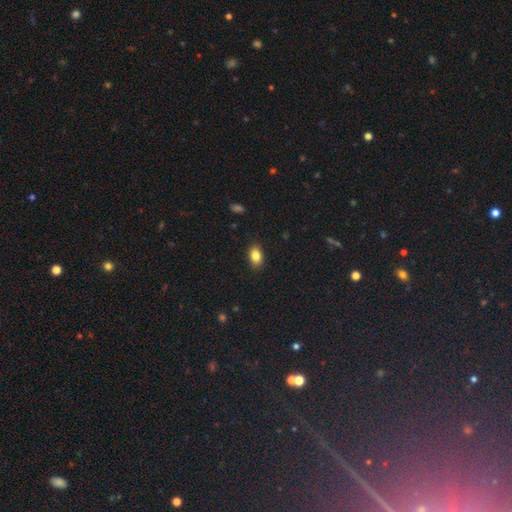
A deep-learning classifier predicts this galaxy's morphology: This appears to be a smooth galaxy with no disk features (84%) that is in between round and cigar-shaped (85%). Merging: none (87%).